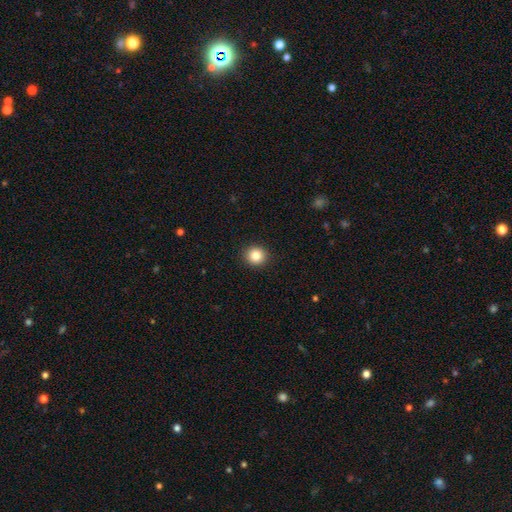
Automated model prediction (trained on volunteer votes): smooth 85%, star or artifact 10%, featured or disk 5%. Down the decision tree: how rounded — round (91%); merging — none (92%).